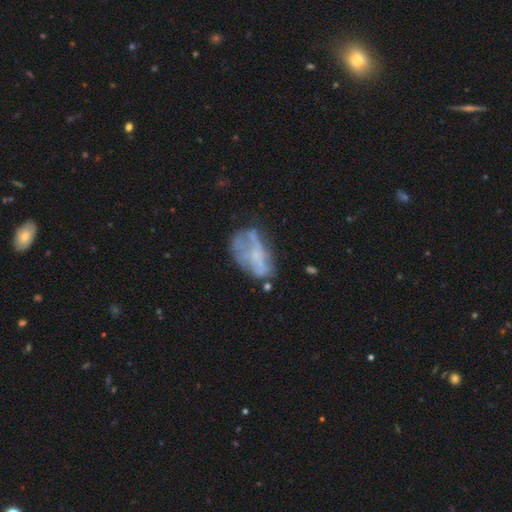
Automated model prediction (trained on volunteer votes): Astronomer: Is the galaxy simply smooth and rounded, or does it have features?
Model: featured or disk — 56% (runner-up: smooth, 32%).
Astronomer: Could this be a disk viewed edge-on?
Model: no — 96%.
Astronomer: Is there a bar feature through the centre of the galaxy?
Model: no — 84%.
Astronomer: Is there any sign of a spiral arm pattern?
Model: no — 84%.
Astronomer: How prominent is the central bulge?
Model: none — 57%.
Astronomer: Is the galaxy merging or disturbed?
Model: none — 40% (runner-up: major disturbance, 26%).